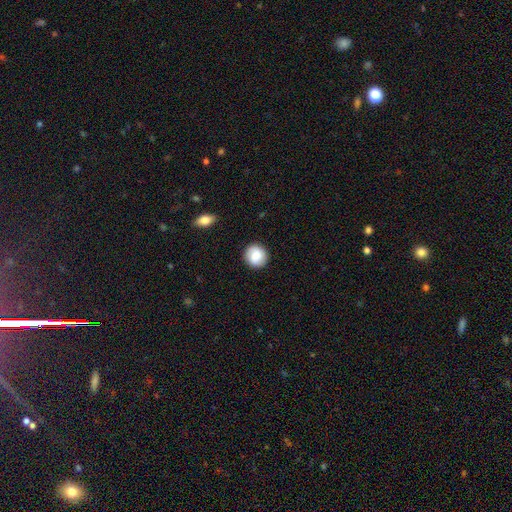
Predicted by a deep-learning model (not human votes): smooth_or_featured: smooth (p=0.81) [alt: featured or disk p=0.11]
how_rounded: round (p=0.91) [alt: in between p=0.08]
merging: none (p=0.90) [alt: minor disturbance p=0.07]